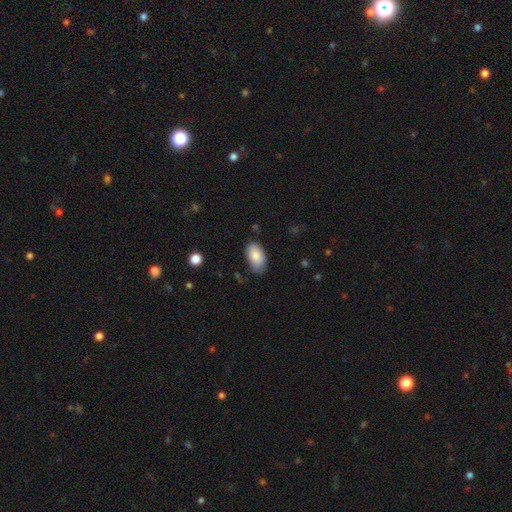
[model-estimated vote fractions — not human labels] This appears to be a smooth galaxy with no disk features (85%) that is in between round and cigar-shaped (95%). Merging: none (76%).